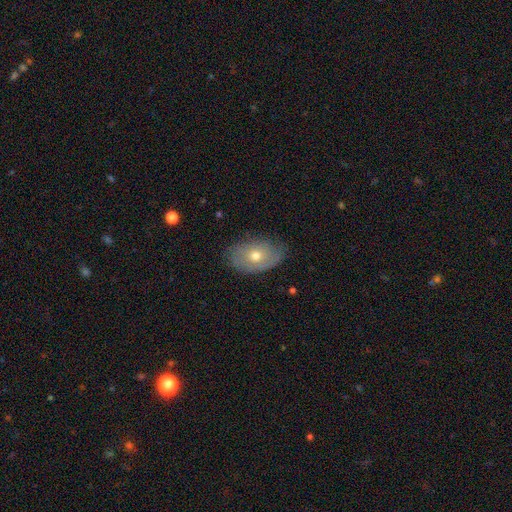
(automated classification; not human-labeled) Smooth or featured? smooth (52%)
How rounded? in between (86%)
Merging? none (72%)